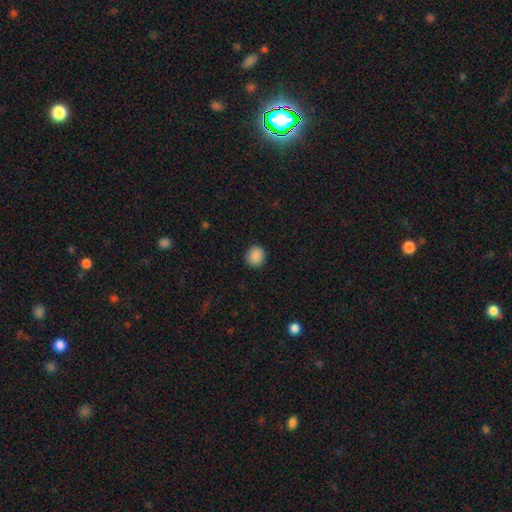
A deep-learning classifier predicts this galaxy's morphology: smooth-or-featured: smooth: 89% | star or artifact: 8% | featured or disk: 3%
  how-rounded: round: 88% | in between: 11% | cigar-shaped: 1%
  merging: none: 91% | minor disturbance: 6% | major disturbance: 2% | merger: 1%